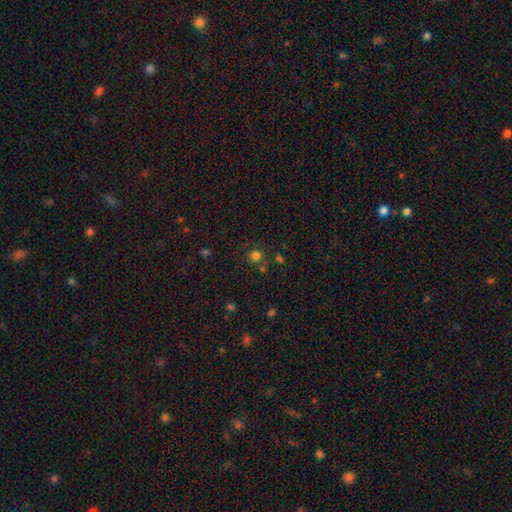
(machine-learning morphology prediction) A smooth galaxy with no disk features (76%) that is round (91%). Merging: none (78%).